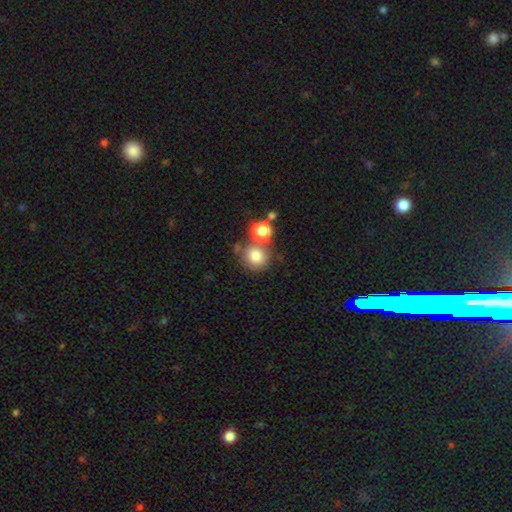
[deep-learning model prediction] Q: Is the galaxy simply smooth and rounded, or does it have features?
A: smooth — 79%.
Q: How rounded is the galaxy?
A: round — 87%.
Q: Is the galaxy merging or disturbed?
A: none — 55%.